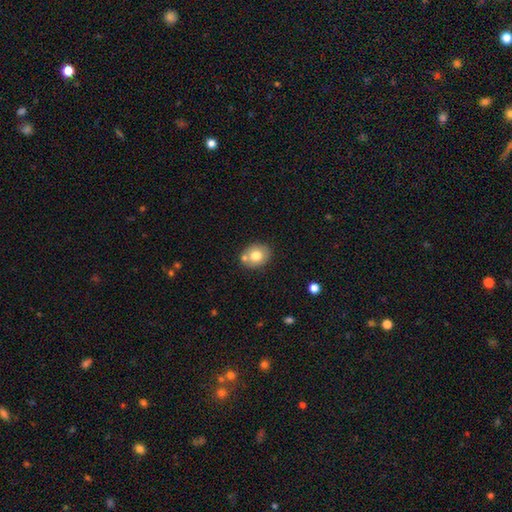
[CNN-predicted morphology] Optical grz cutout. It shows a smooth galaxy with no disk features (75%) that is round (57%). Merging: none (69%).